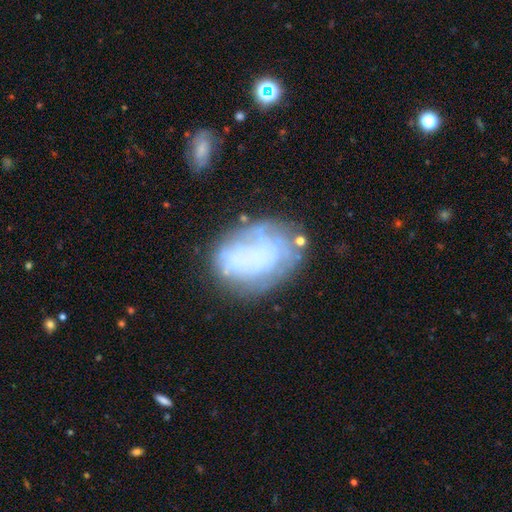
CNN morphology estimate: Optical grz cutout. It shows a featured or disk galaxy (53%) with no bar (89%), no spiral arms (73%) and no central bulge (76%). Merging: none (52%).